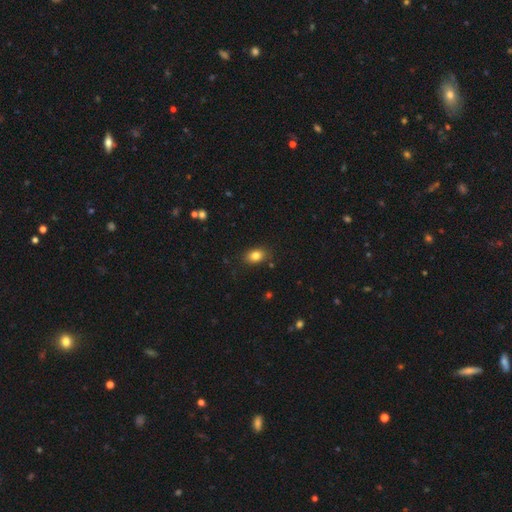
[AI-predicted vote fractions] smooth-or-featured: smooth: 82% | star or artifact: 10% | featured or disk: 8%
  how-rounded: in between: 76% | round: 23% | cigar-shaped: 1%
  merging: none: 84% | minor disturbance: 11% | major disturbance: 3% | merger: 2%